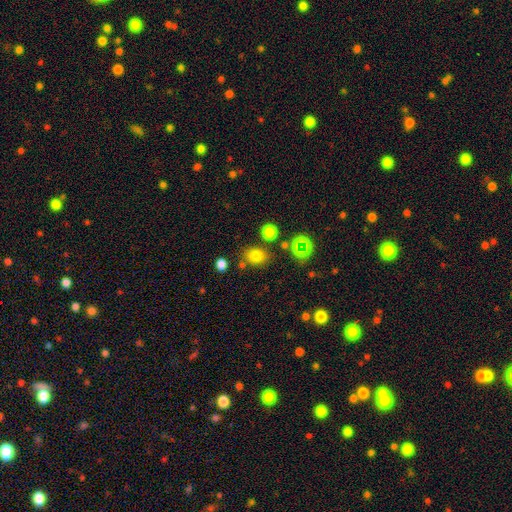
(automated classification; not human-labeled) A smooth galaxy with no disk features (76%) that is round (54%). Merging: none (75%).